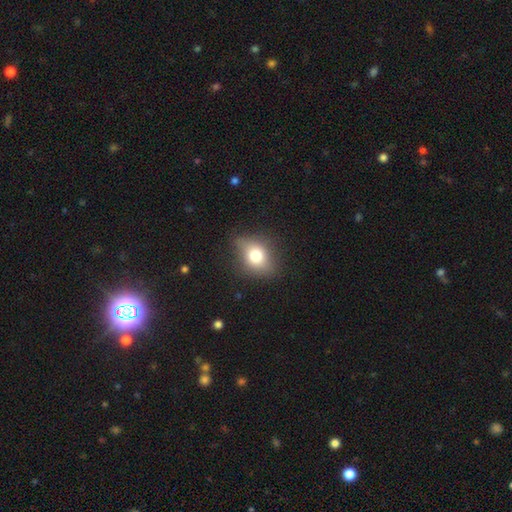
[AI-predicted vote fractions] smooth 72%, featured or disk 18%, star or artifact 10%. Down the decision tree: how rounded — in between (64%); merging — none (72%).